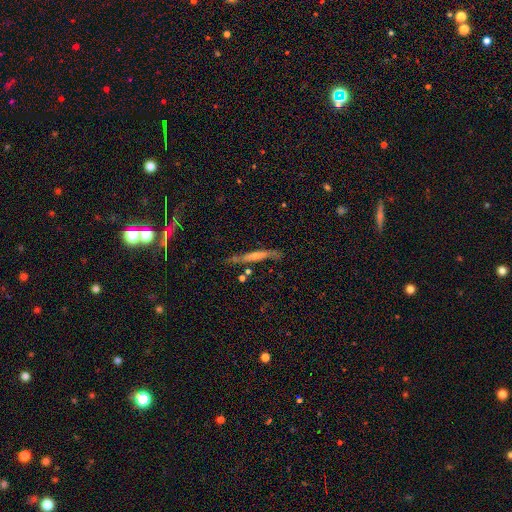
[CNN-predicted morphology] Smooth or featured: featured or disk — 57% (smooth — 34%)
Edge-on disk: yes — 90% (no — 10%)
Edge-on bulge: rounded — 45% (none — 41%)
Merging: none — 74% (minor disturbance — 17%)